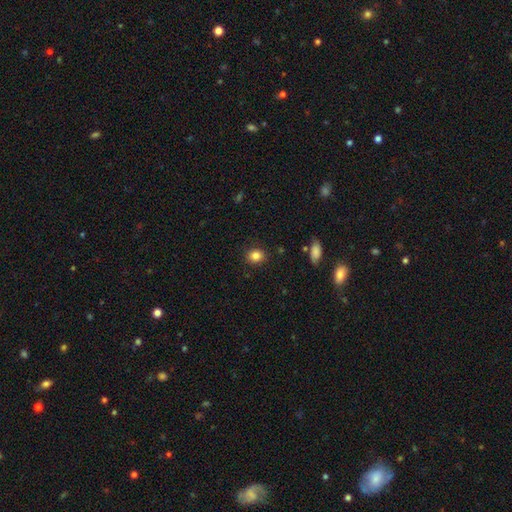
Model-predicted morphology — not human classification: Smooth or featured? smooth (84%)
How rounded? round (68%)
Merging? none (88%)